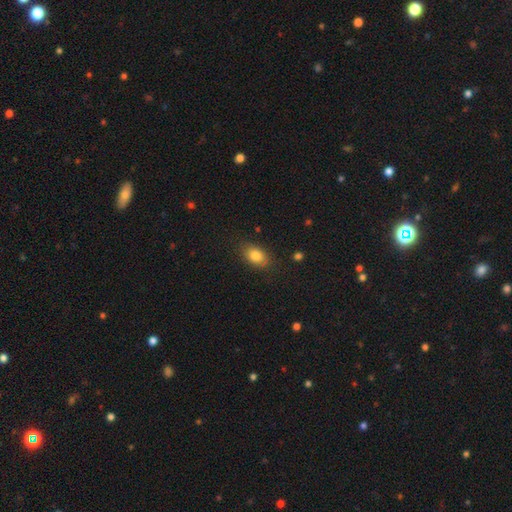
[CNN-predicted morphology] A smooth galaxy with no disk features (83%) that is in between round and cigar-shaped (85%).

Vote fractions:
- Smooth or featured? smooth: 83% / featured or disk: 9% / star or artifact: 8%
- How rounded? in between: 85% / round: 13% / cigar-shaped: 2%
- Merging? none: 83% / minor disturbance: 13% / major disturbance: 3% / merger: 1%